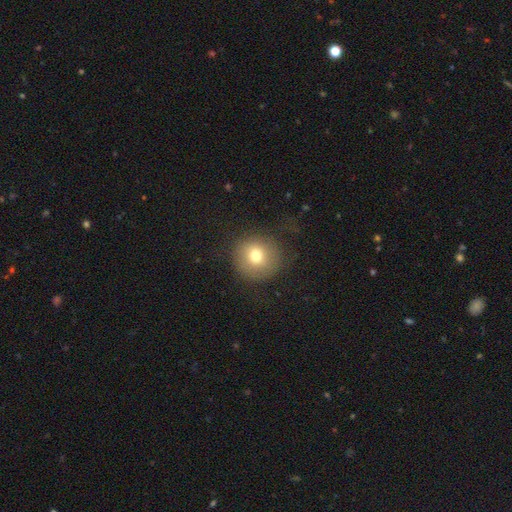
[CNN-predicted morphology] Smooth or featured? smooth (73%)
How rounded? round (93%)
Merging? none (76%)